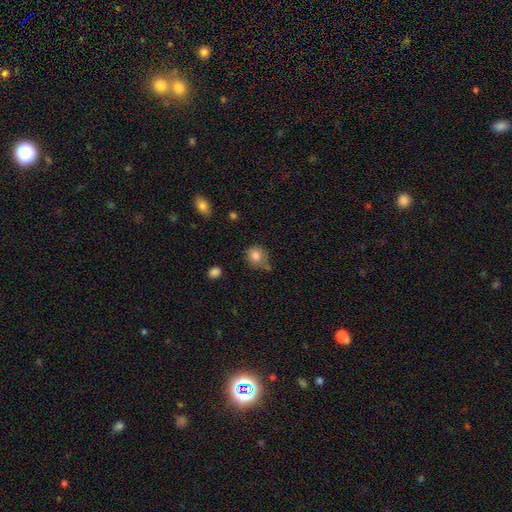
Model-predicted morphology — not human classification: This appears to be a smooth galaxy with no disk features (81%) that is round (78%). Merging: none (58%).